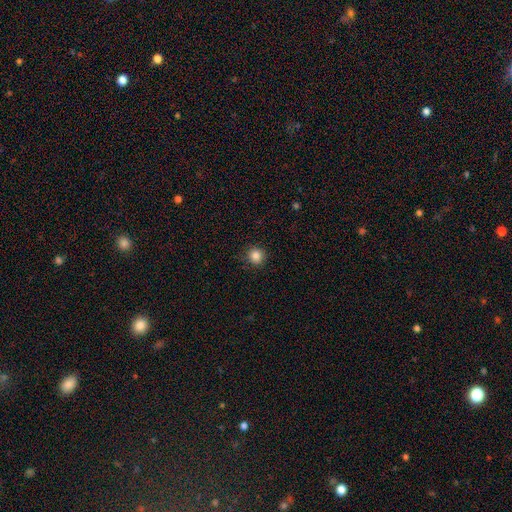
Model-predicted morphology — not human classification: smooth_or_featured: smooth (p=0.85) [alt: star or artifact p=0.11]
how_rounded: round (p=0.92) [alt: in between p=0.07]
merging: none (p=0.89) [alt: minor disturbance p=0.08]